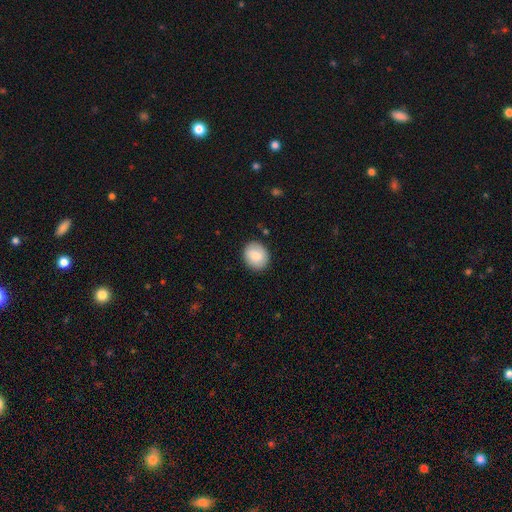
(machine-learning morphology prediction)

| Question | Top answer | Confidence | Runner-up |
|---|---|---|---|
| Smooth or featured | smooth | 82% | featured or disk (11%) |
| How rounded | round | 68% | in between (31%) |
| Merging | none | 87% | minor disturbance (9%) |